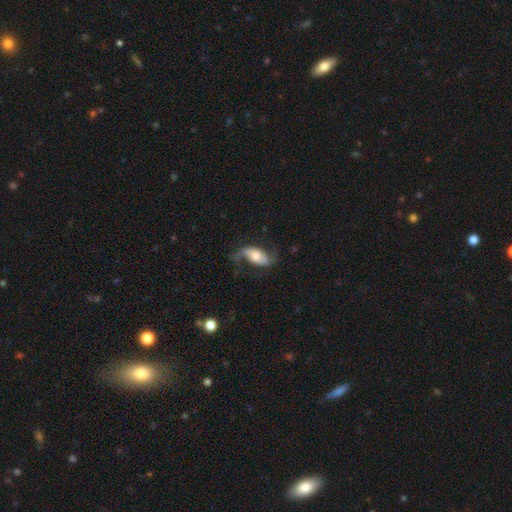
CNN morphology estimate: Smooth or featured: featured or disk — 67% (smooth — 27%)
Edge-on disk: no — 92% (yes — 8%)
Bar: no — 52% (weak — 30%)
Spiral arms: yes — 89% (no — 11%)
Spiral winding: loose — 66% (medium — 26%)
Spiral arm count: 2 — 86% (1 — 7%)
Bulge size: moderate — 63% (large — 18%)
Merging: none — 59% (minor disturbance — 22%)